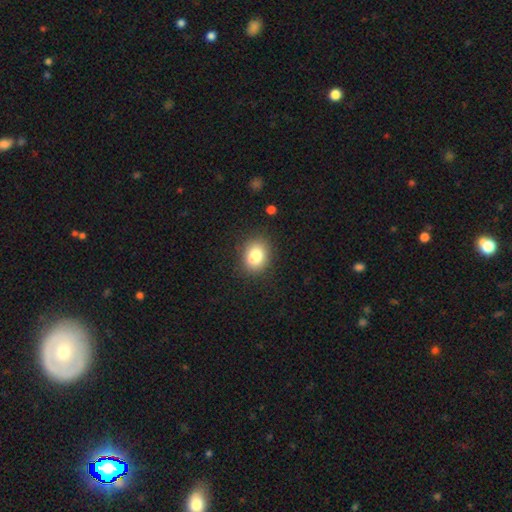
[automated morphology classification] Overall: smooth (81%). How rounded: in between (52%; round 47%). Merging: none (80%).